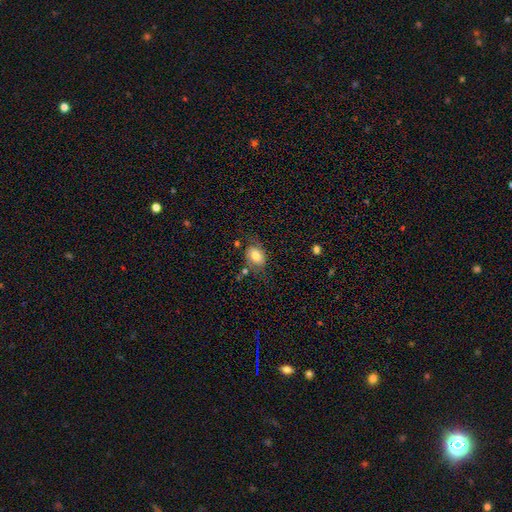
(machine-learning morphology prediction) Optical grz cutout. It shows a smooth galaxy with no disk features (65%) that is in between round and cigar-shaped (68%). Merging: none (57%).